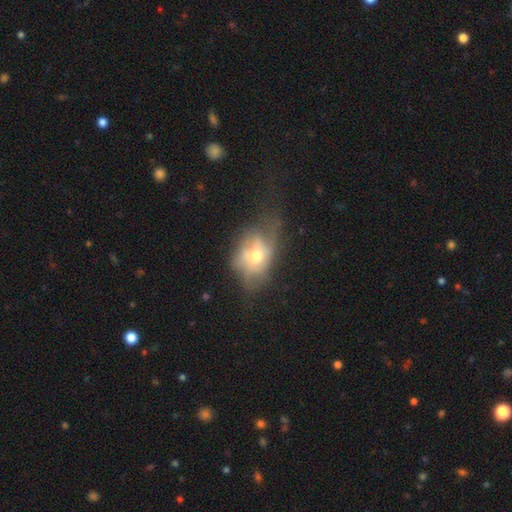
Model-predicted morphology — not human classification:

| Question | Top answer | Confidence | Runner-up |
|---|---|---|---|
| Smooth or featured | smooth | 48% | featured or disk (42%) |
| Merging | major disturbance | 37% | none (31%) |